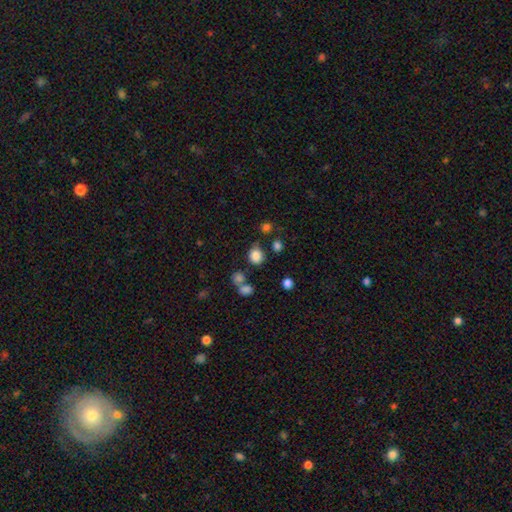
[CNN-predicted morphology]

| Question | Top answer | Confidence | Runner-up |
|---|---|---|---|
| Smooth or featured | smooth | 82% | star or artifact (12%) |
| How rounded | round | 77% | in between (22%) |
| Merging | none | 68% | minor disturbance (16%) |